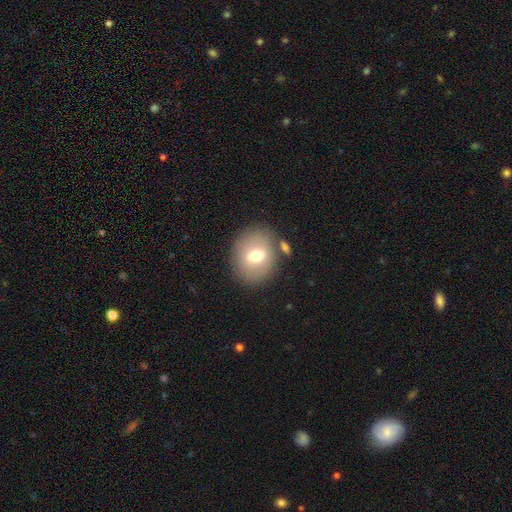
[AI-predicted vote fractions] Smooth or featured?
  - smooth: 66% *
  - featured or disk: 24%
  - star or artifact: 9%
How rounded?
  - round: 58% *
  - in between: 41%
  - cigar-shaped: 1%
Merging?
  - none: 76% *
  - minor disturbance: 12%
  - merger: 8%
  - major disturbance: 5%